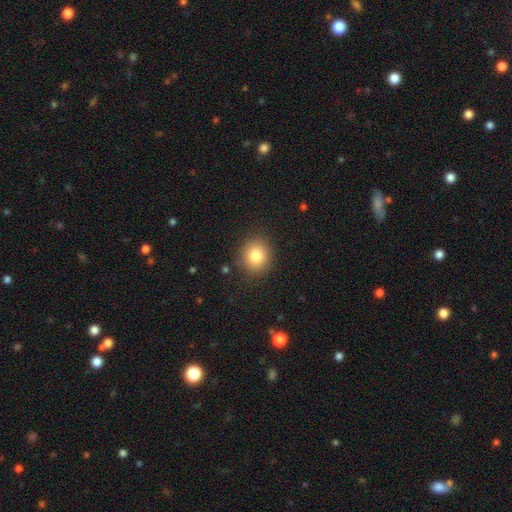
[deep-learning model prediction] smooth 82%, star or artifact 10%, featured or disk 8%. Down the decision tree: how rounded — round (79%); merging — none (87%).